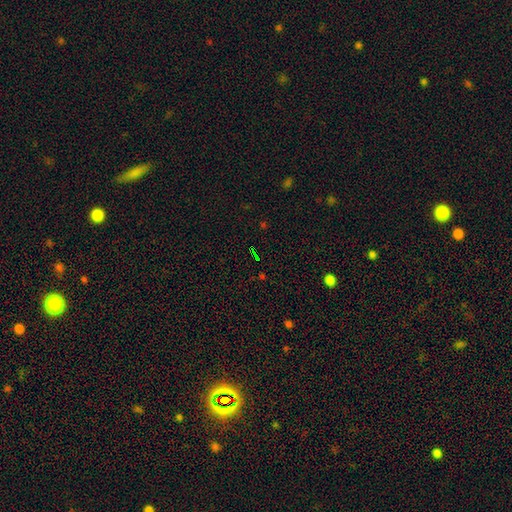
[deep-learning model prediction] Smooth or featured? Predicted: star or artifact (p=0.72).